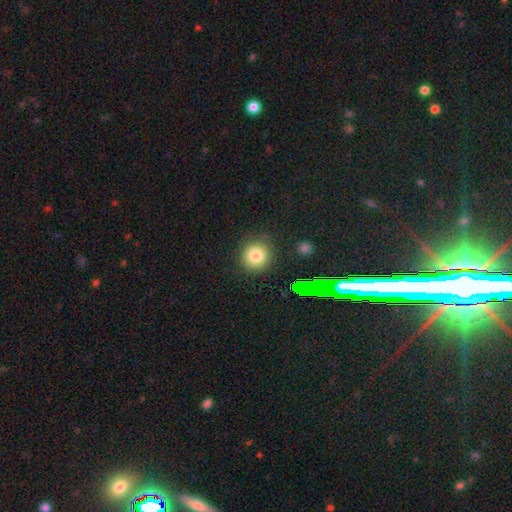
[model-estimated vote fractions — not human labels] smooth 79%, star or artifact 14%, featured or disk 7%. Down the decision tree: how rounded — round (91%); merging — none (85%).